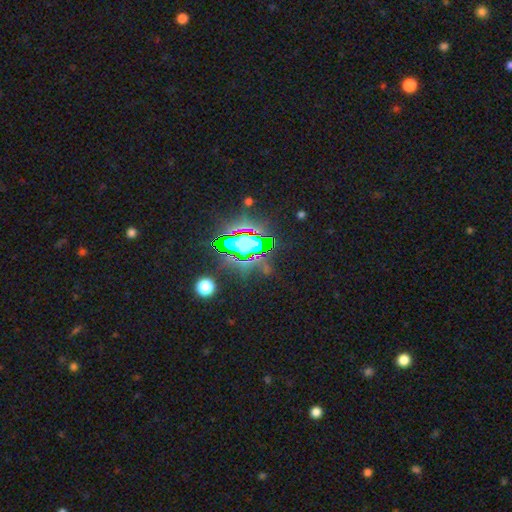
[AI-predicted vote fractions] smooth-or-featured: star or artifact: 84% | smooth: 9% | featured or disk: 7%